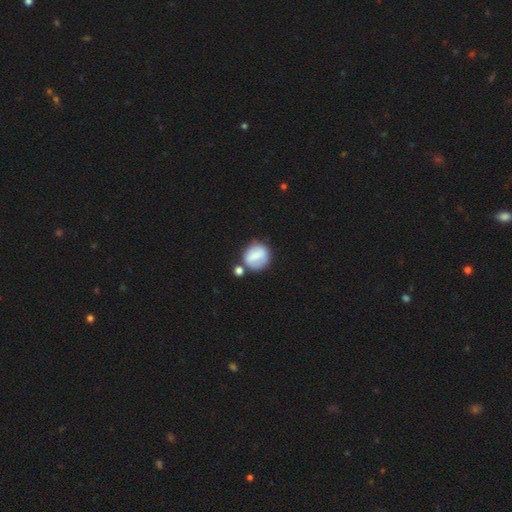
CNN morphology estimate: A smooth galaxy with no disk features (61%) that is round (74%). Merging: none (52%).